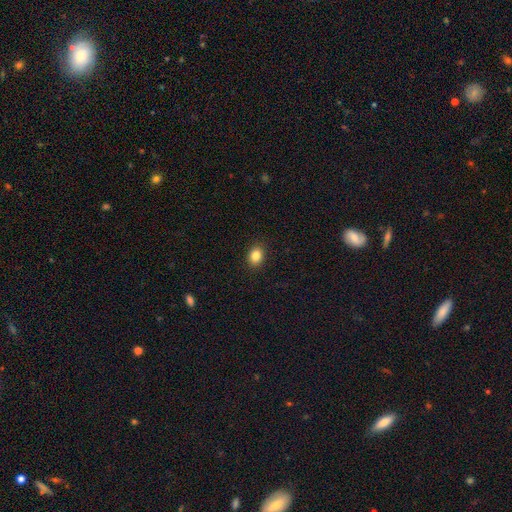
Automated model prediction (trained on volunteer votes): A smooth galaxy with no disk features (85%) that is in between round and cigar-shaped (56%).

Vote fractions:
- Smooth or featured? smooth: 85% / star or artifact: 10% / featured or disk: 6%
- How rounded? in between: 56% / round: 43% / cigar-shaped: 1%
- Merging? none: 90% / minor disturbance: 7% / major disturbance: 2% / merger: 1%